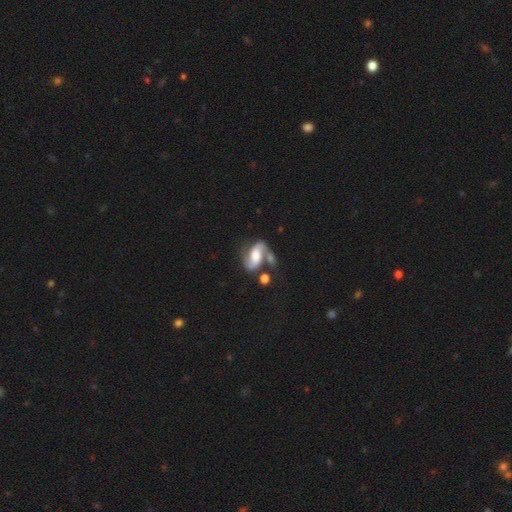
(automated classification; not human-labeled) Smooth or featured: featured or disk — 80% (smooth — 14%)
Edge-on disk: no — 97% (yes — 3%)
Bar: no — 41% (weak — 37%)
Spiral arms: yes — 95% (no — 5%)
Spiral winding: loose — 44% (medium — 43%)
Spiral arm count: 2 — 91% (can't tell — 3%)
Bulge size: moderate — 35% (large — 34%)
Merging: none — 45% (merger — 28%)